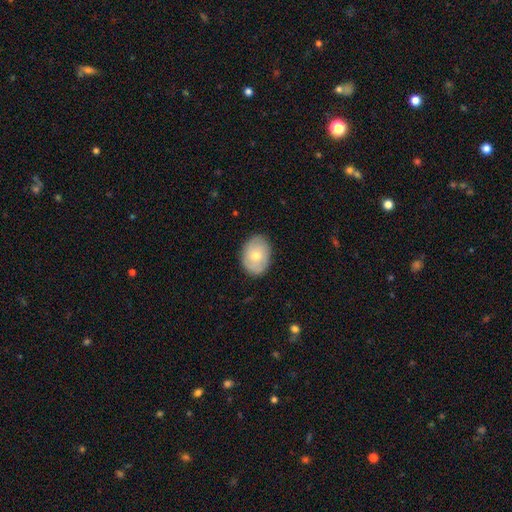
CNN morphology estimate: Overall: smooth (62%; featured or disk 31%). How rounded: in between (69%; round 30%). Merging: none (84%).